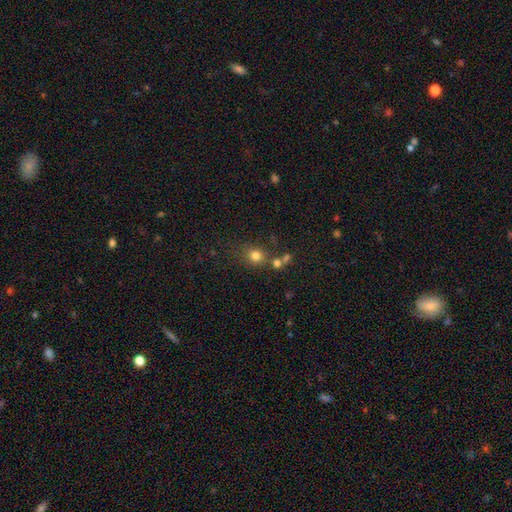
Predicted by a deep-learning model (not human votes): Smooth or featured?
  - smooth: 77% *
  - star or artifact: 15%
  - featured or disk: 8%
How rounded?
  - round: 79% *
  - in between: 20%
  - cigar-shaped: 1%
Merging?
  - none: 67% *
  - merger: 16%
  - minor disturbance: 12%
  - major disturbance: 5%